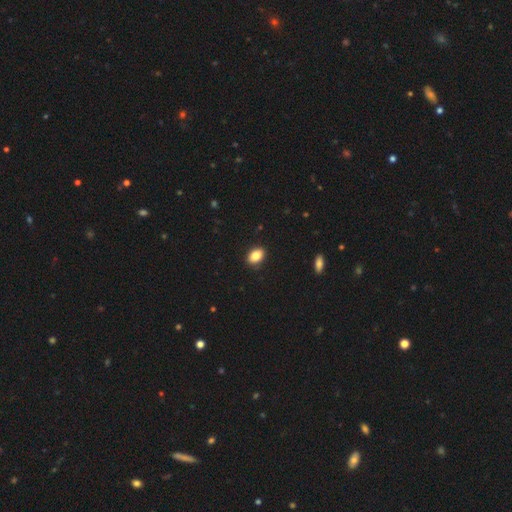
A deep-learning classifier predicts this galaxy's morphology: Smooth or featured: smooth — 86% (star or artifact — 9%)
How rounded: in between — 83% (round — 16%)
Merging: none — 89% (minor disturbance — 8%)